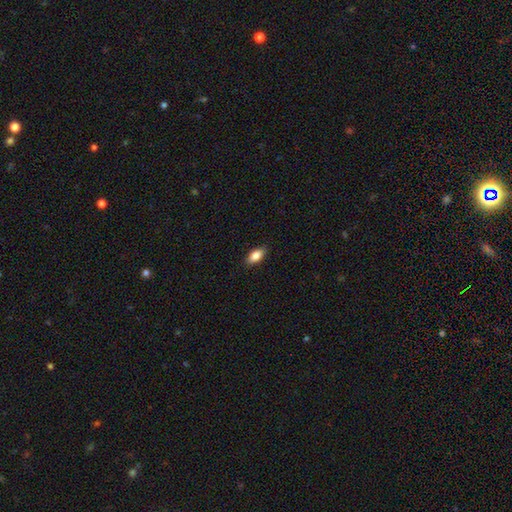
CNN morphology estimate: A smooth galaxy with no disk features (85%) that is in between round and cigar-shaped (88%). Merging: none (88%).